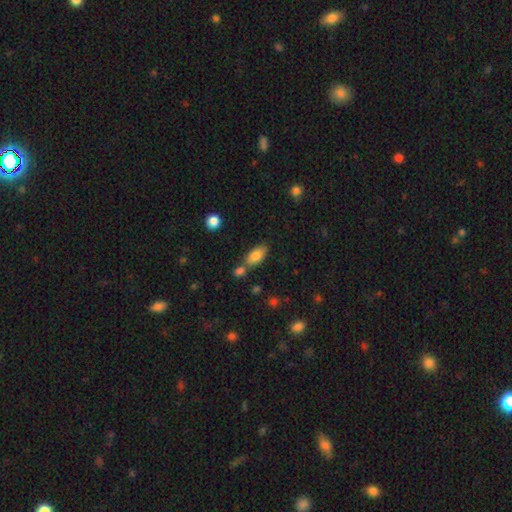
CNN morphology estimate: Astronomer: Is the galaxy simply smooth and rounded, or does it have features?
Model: smooth — 80%.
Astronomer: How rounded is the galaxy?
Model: in between — 89%.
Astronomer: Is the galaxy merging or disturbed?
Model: none — 61%.